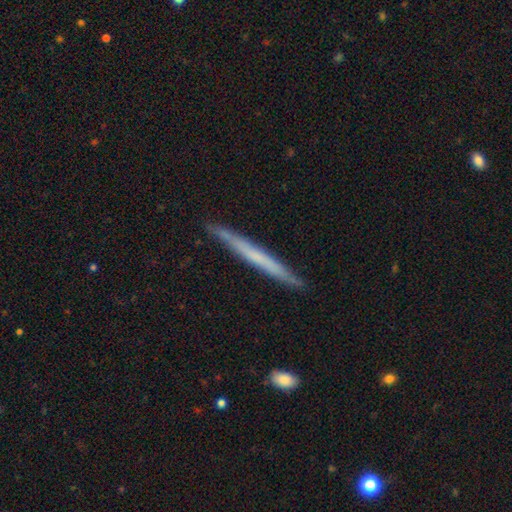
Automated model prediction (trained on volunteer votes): Q: Smooth or featured?
A: featured or disk (48%); runner-up: smooth (46%)
Q: Merging?
A: none (89%); runner-up: minor disturbance (9%)